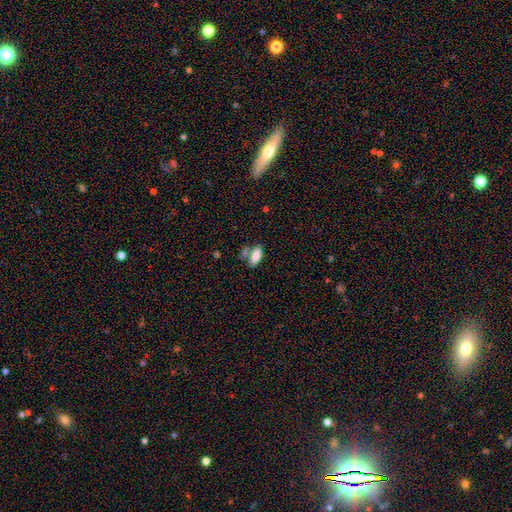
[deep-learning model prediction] Smooth or featured?
  - smooth: 84% *
  - star or artifact: 8%
  - featured or disk: 8%
How rounded?
  - in between: 87% *
  - cigar-shaped: 10%
  - round: 3%
Merging?
  - none: 52% *
  - merger: 28%
  - minor disturbance: 15%
  - major disturbance: 5%